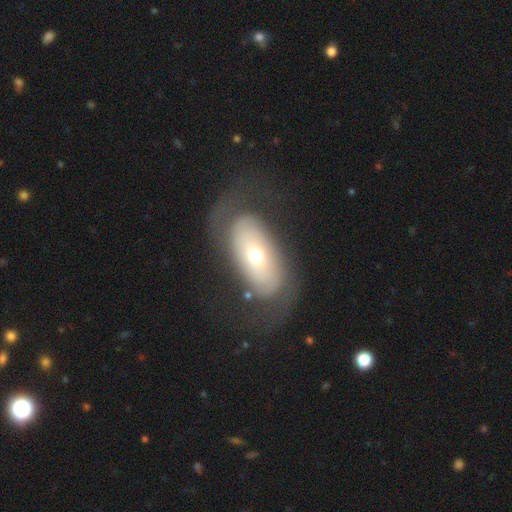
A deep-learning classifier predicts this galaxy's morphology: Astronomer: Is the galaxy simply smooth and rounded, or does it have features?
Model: featured or disk — 60%.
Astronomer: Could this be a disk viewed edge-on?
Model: no — 90%.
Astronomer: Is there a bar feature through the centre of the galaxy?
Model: no — 79%.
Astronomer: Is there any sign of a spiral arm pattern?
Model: yes — 55% (runner-up: no, 45%).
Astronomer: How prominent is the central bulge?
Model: moderate — 60%.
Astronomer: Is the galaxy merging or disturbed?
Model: none — 66%.